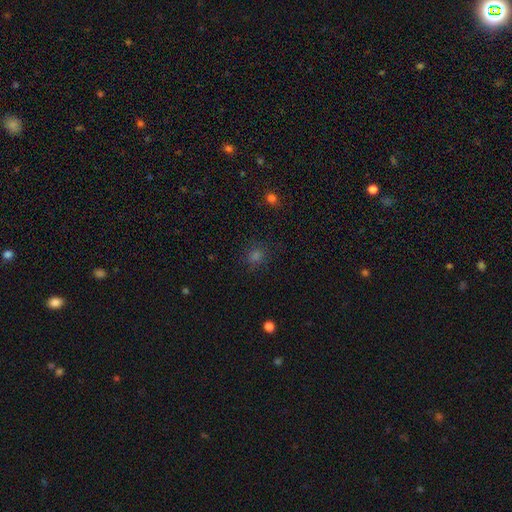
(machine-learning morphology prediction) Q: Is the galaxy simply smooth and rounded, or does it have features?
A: smooth — 59%.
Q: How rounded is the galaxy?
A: round — 84%.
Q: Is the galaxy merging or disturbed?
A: none — 85%.